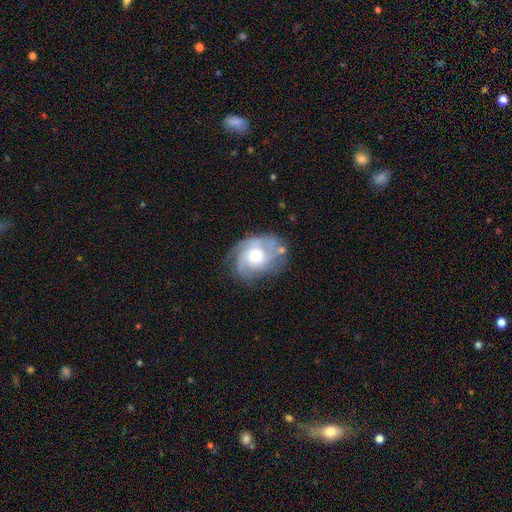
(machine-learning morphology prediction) Smooth or featured: featured or disk — 73% (smooth — 20%)
Edge-on disk: no — 97% (yes — 3%)
Bar: no — 75% (weak — 21%)
Spiral arms: yes — 86% (no — 14%)
Spiral winding: medium — 41% (tight — 40%)
Spiral arm count: 3 — 33% (can't tell — 28%)
Bulge size: moderate — 68% (small — 16%)
Merging: none — 57% (minor disturbance — 25%)